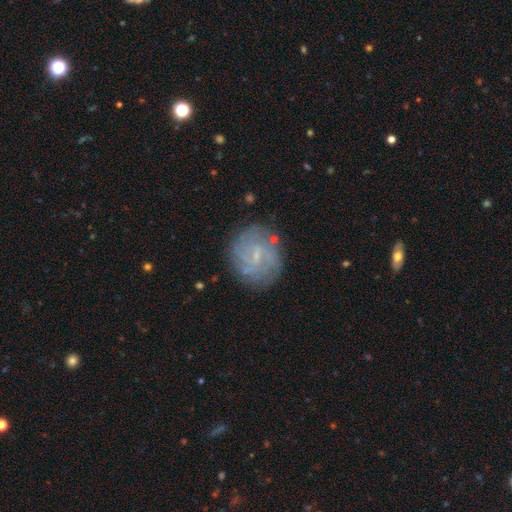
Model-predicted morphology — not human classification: Q: Smooth or featured?
A: featured or disk (70%); runner-up: smooth (21%)
Q: Edge-on disk?
A: no (97%); runner-up: yes (3%)
Q: Bar?
A: weak (55%); runner-up: no (34%)
Q: Spiral arms?
A: yes (85%); runner-up: no (15%)
Q: Spiral winding?
A: tight (50%); runner-up: medium (34%)
Q: Spiral arm count?
A: can't tell (44%); runner-up: 2 (22%)
Q: Bulge size?
A: small (72%); runner-up: none (15%)
Q: Merging?
A: none (78%); runner-up: minor disturbance (14%)